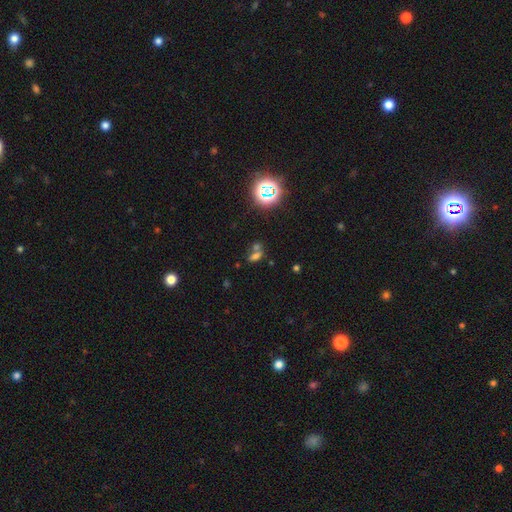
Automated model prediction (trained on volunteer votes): smooth-or-featured: smooth: 53% | star or artifact: 33% | featured or disk: 14%
  how-rounded: in between: 73% | round: 21% | cigar-shaped: 7%
  merging: merger: 52% | none: 33% | minor disturbance: 9% | major disturbance: 6%